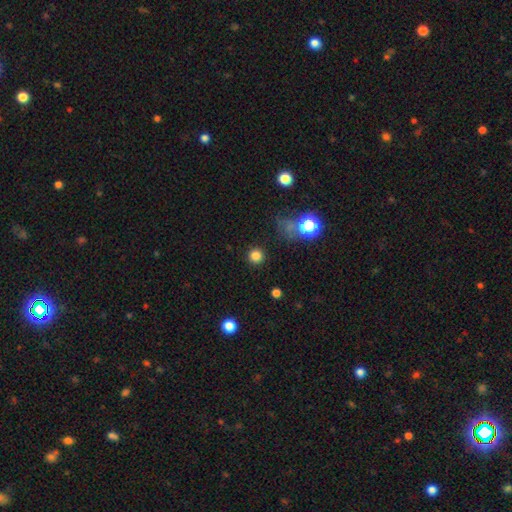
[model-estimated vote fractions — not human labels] Q: Smooth or featured?
A: smooth (80%); runner-up: star or artifact (15%)
Q: How rounded?
A: round (95%); runner-up: in between (4%)
Q: Merging?
A: none (90%); runner-up: minor disturbance (6%)